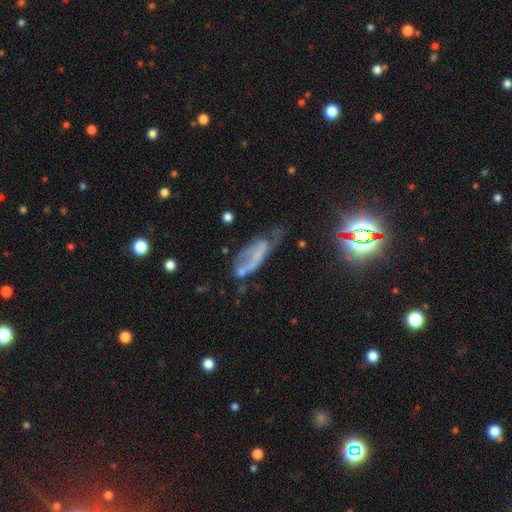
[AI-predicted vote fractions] Smooth or featured? featured or disk (48%)
Merging? major disturbance (35%)